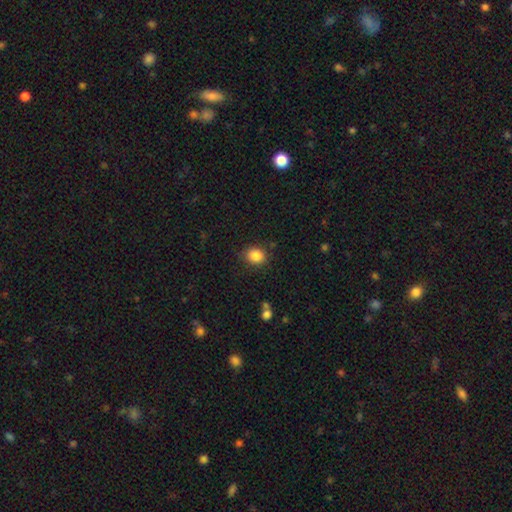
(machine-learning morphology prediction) A smooth galaxy with no disk features (85%) that is round (59%).

Vote fractions:
- Smooth or featured? smooth: 85% / star or artifact: 10% / featured or disk: 5%
- How rounded? round: 59% / in between: 40% / cigar-shaped: 1%
- Merging? none: 83% / minor disturbance: 12% / major disturbance: 3% / merger: 2%